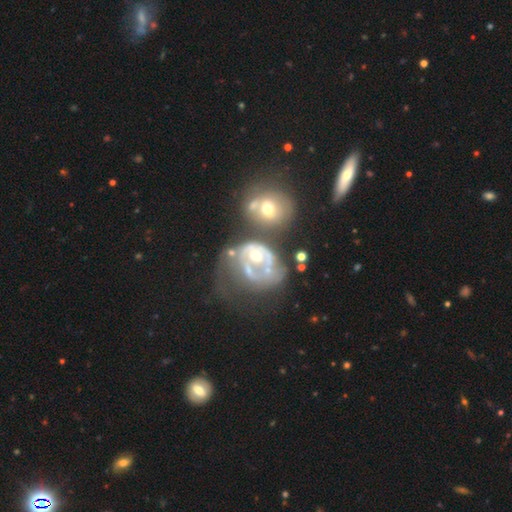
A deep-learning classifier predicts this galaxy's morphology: The model was most divided on "spiral arms": no: 57%, yes: 43%. Remaining: edge-on disk — no (97%); bar — no (78%); smooth or featured — featured or disk (70%); bulge size — moderate (69%); merging — merger (44%).